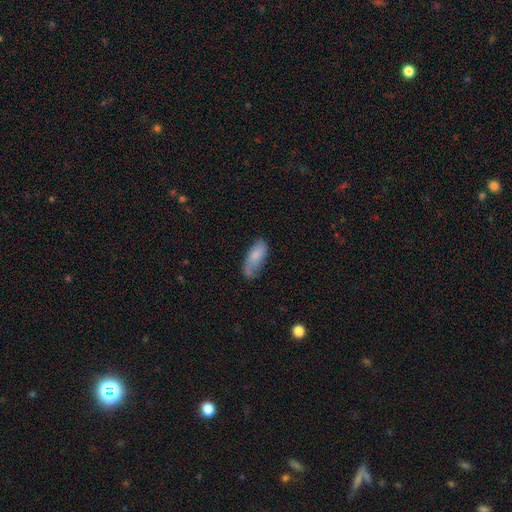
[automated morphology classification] Smooth or featured?
  - smooth: 78% *
  - featured or disk: 16%
  - star or artifact: 7%
How rounded?
  - in between: 79% *
  - cigar-shaped: 19%
  - round: 2%
Merging?
  - none: 53% *
  - minor disturbance: 33%
  - major disturbance: 11%
  - merger: 4%